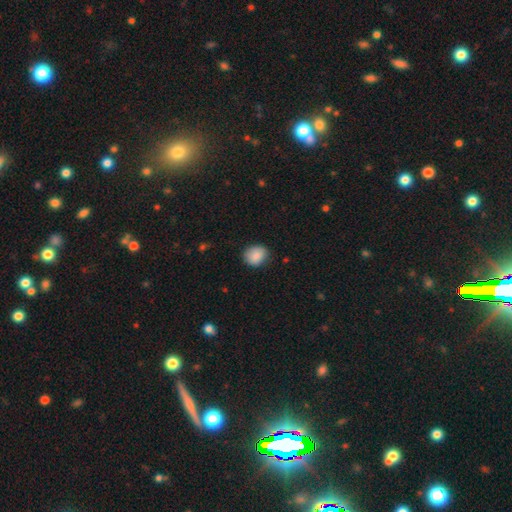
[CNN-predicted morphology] Smooth or featured? Predicted: smooth (p=0.88). How rounded? Predicted: round (p=0.66). Merging? Predicted: none (p=0.80).